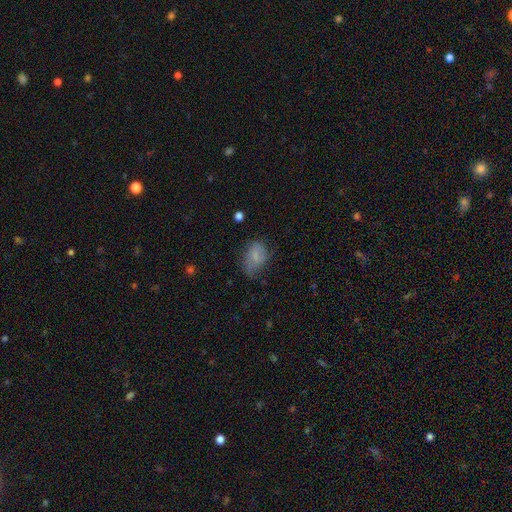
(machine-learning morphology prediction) Smooth or featured? smooth (70%)
How rounded? in between (80%)
Merging? none (50%)